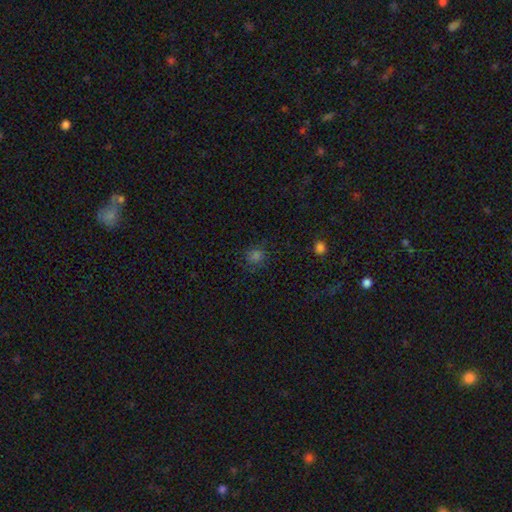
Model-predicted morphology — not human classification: A smooth galaxy with no disk features (68%) that is round (84%).

Vote fractions:
- Smooth or featured? smooth: 68% / star or artifact: 26% / featured or disk: 6%
- How rounded? round: 84% / in between: 15% / cigar-shaped: 1%
- Merging? none: 81% / minor disturbance: 12% / major disturbance: 5% / merger: 2%